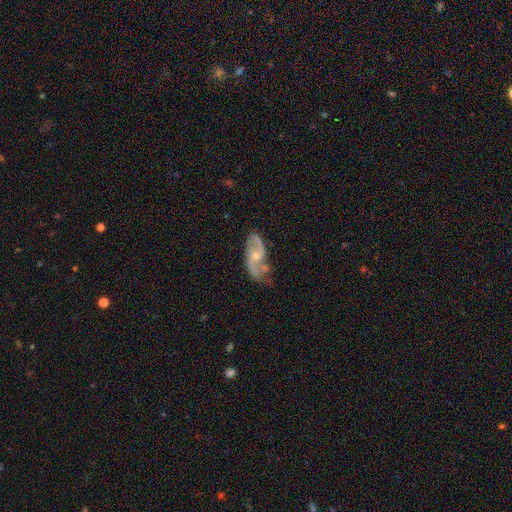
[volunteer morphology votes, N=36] Smooth or featured? featured or disk (89%)
Edge-on disk? no (94%)
Bar? no (67%)
Spiral arms? yes (100%)
Spiral winding? loose (53%)
Spiral arm count? 2 (100%)
Bulge size? small (57%)
Merging? none (82%)